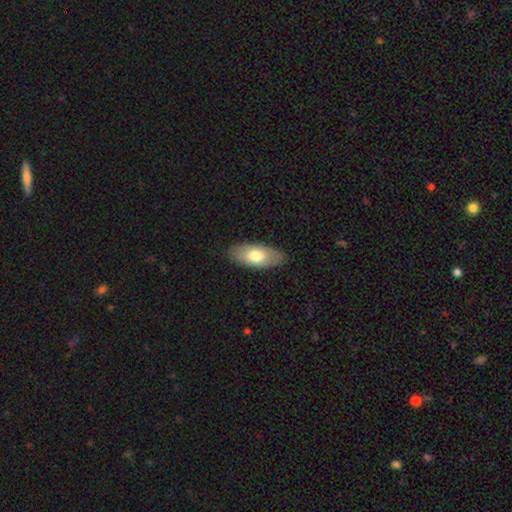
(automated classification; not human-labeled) Smooth or featured? Predicted: smooth (p=0.70). How rounded? Predicted: in between (p=0.90). Merging? Predicted: none (p=0.85).